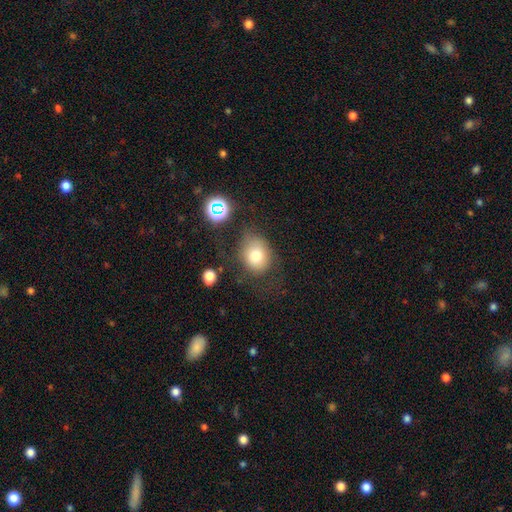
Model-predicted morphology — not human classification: Smooth or featured? Predicted: smooth (p=0.76). How rounded? Predicted: round (p=0.54). Merging? Predicted: none (p=0.56).